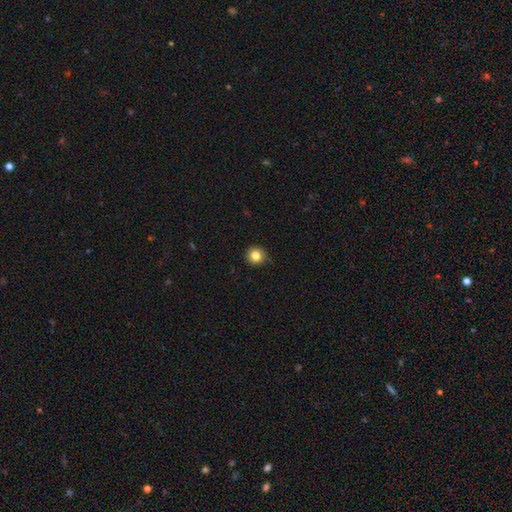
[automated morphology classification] This is clearly a smooth galaxy (82%). How rounded: clearly round (93%). Merging: clearly none (85%).